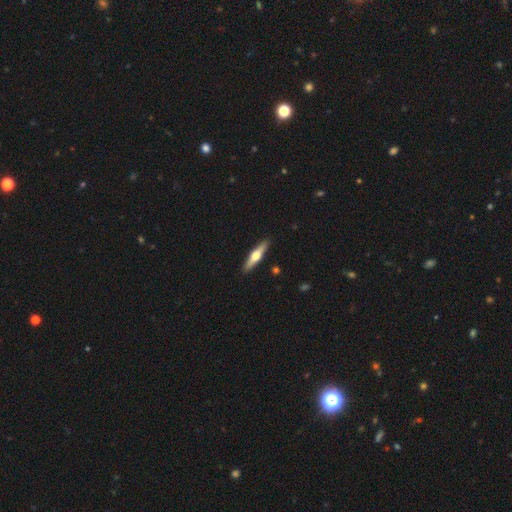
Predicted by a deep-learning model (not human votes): Q: Smooth or featured?
A: featured or disk (55%); runner-up: smooth (40%)
Q: Edge-on disk?
A: yes (95%); runner-up: no (5%)
Q: Edge-on bulge?
A: rounded (94%); runner-up: none (3%)
Q: Merging?
A: none (91%); runner-up: minor disturbance (6%)